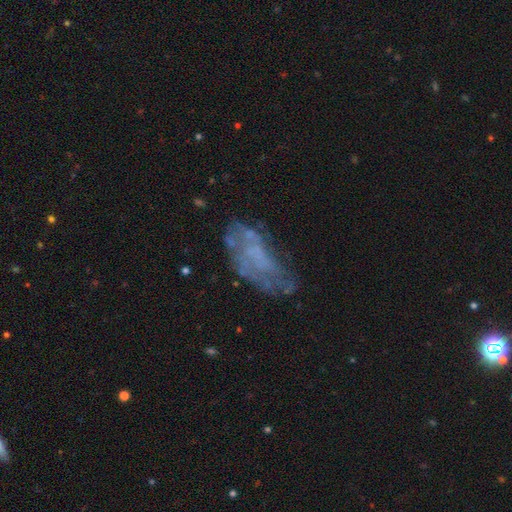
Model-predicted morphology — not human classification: featured or disk 60%, smooth 26%, star or artifact 13%. Down the decision tree: edge-on disk — no (94%); bar — no (80%); spiral arms — no (62%); bulge size — none (76%); merging — none (48%).